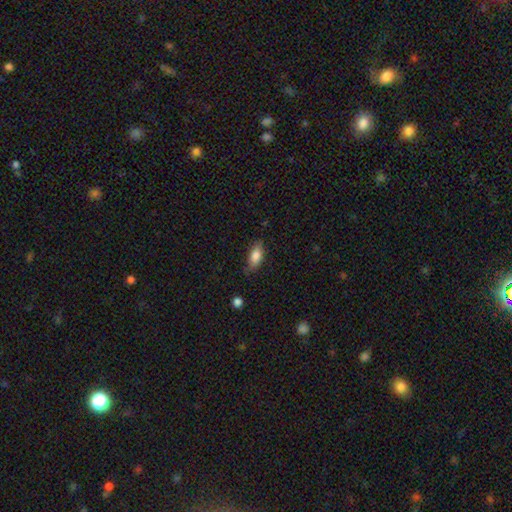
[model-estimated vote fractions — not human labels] A smooth galaxy with no disk features (81%) that is in between round and cigar-shaped (85%). Merging: none (70%).